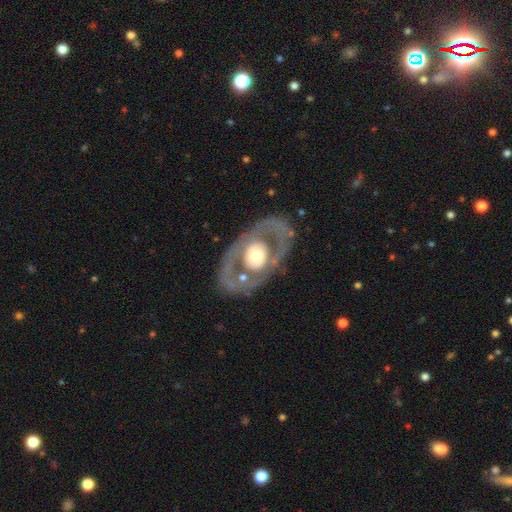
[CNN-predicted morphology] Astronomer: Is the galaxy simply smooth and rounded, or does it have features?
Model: featured or disk — 68%.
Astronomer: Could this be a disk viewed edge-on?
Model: no — 91%.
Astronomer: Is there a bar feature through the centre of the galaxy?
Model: no — 82%.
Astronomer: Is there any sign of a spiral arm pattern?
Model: no — 79%.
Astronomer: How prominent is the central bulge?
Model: moderate — 55% (runner-up: large, 34%).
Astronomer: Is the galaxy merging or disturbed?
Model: none — 73%.